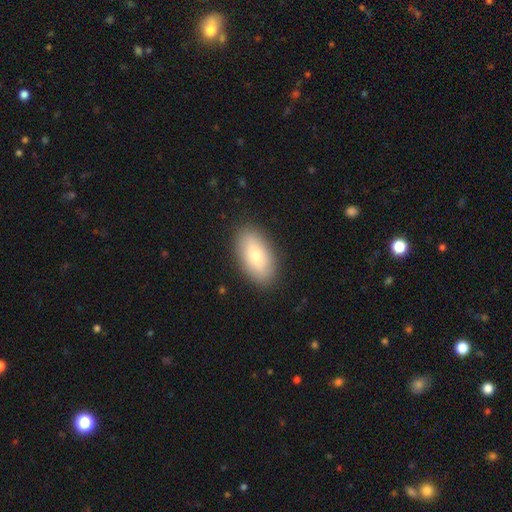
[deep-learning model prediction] smooth-or-featured: smooth: 73% | featured or disk: 20% | star or artifact: 7%
  how-rounded: in between: 92% | round: 4% | cigar-shaped: 4%
  merging: none: 88% | minor disturbance: 9% | major disturbance: 2% | merger: 1%